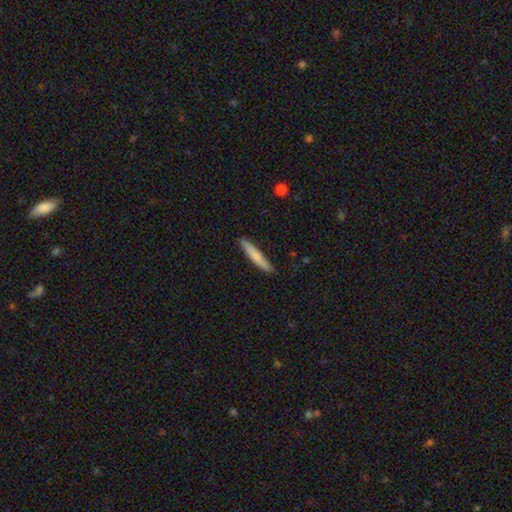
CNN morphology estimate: Smooth or featured?
  - smooth: 74% *
  - featured or disk: 21%
  - star or artifact: 5%
How rounded?
  - cigar-shaped: 94% *
  - in between: 5%
  - round: 1%
Merging?
  - none: 89% *
  - minor disturbance: 8%
  - major disturbance: 1%
  - merger: 1%